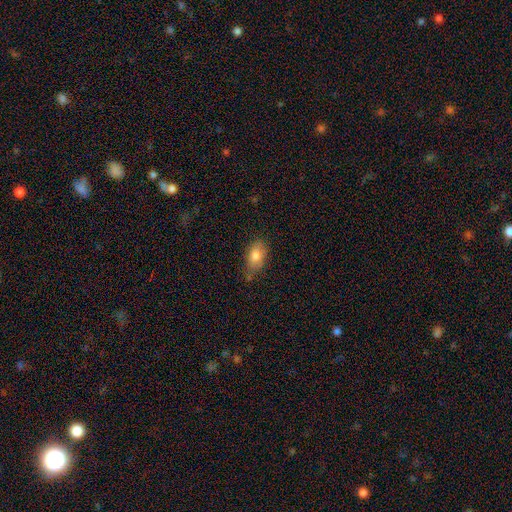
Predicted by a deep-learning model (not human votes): Smooth or featured? smooth (81%)
How rounded? in between (88%)
Merging? none (68%)